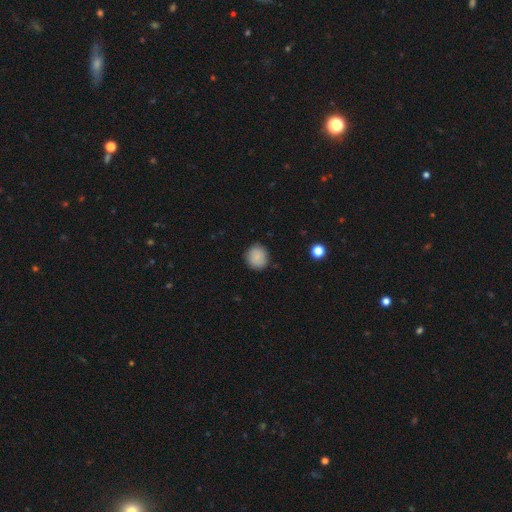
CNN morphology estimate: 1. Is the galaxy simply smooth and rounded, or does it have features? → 86% smooth, 8% star or artifact, 6% featured or disk.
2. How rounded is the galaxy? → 89% round, 10% in between, 1% cigar-shaped.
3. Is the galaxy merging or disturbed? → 87% none, 9% minor disturbance, 2% major disturbance, 1% merger.